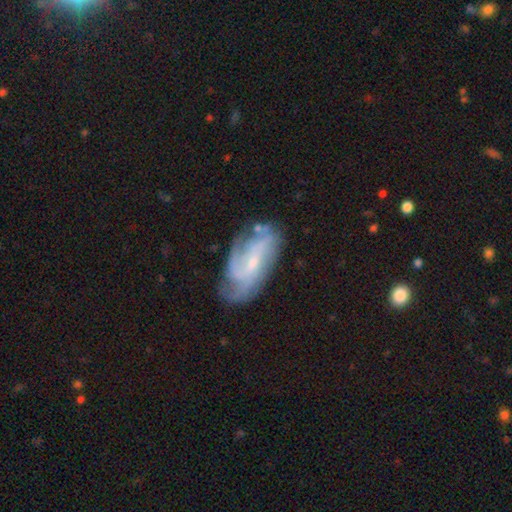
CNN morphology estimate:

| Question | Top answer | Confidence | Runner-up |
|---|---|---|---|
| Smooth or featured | featured or disk | 76% | smooth (15%) |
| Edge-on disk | no | 93% | yes (7%) |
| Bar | no | 46% | weak (40%) |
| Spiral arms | yes | 93% | no (7%) |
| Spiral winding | tight | 47% | medium (38%) |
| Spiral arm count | can't tell | 32% | 3 (23%) |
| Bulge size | small | 68% | moderate (24%) |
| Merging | none | 71% | minor disturbance (20%) |